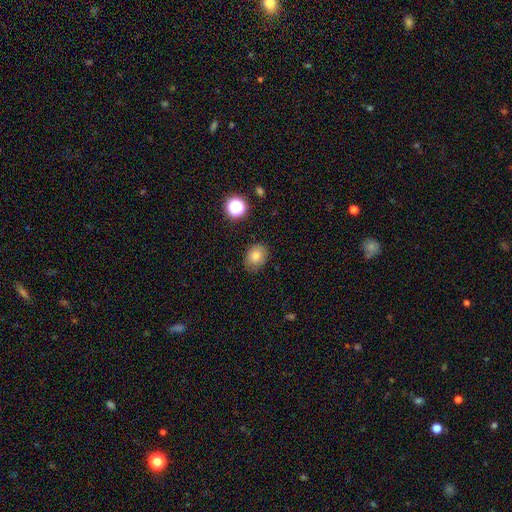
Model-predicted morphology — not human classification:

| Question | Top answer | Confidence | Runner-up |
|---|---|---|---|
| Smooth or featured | smooth | 79% | star or artifact (12%) |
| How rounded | in between | 59% | round (40%) |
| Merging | none | 81% | minor disturbance (14%) |